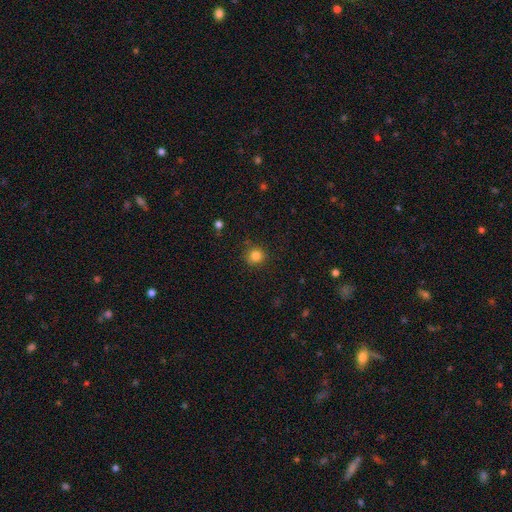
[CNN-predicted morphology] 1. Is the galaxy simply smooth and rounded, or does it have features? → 83% smooth, 12% star or artifact, 5% featured or disk.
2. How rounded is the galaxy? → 92% round, 7% in between, 1% cigar-shaped.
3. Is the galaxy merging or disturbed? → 87% none, 9% minor disturbance, 3% major disturbance, 2% merger.